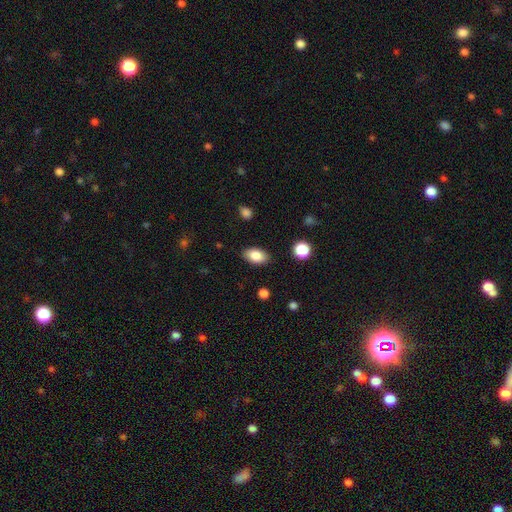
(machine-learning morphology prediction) A smooth galaxy with no disk features (85%) that is in between round and cigar-shaped (91%).

Vote fractions:
- Smooth or featured? smooth: 85% / star or artifact: 8% / featured or disk: 8%
- How rounded? in between: 91% / round: 7% / cigar-shaped: 2%
- Merging? none: 86% / minor disturbance: 10% / major disturbance: 3% / merger: 1%